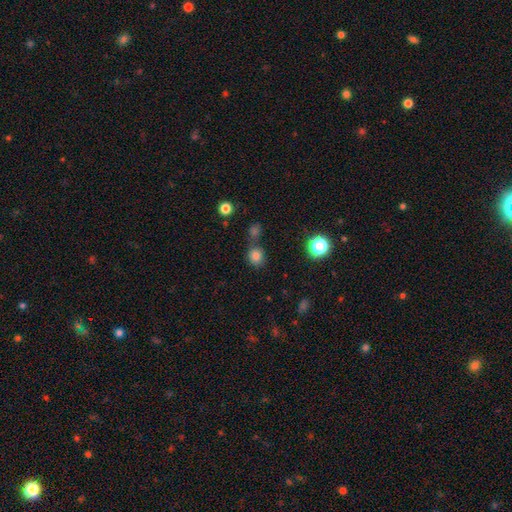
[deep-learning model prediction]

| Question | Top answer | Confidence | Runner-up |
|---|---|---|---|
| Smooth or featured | smooth | 78% | star or artifact (16%) |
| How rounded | round | 78% | in between (20%) |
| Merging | none | 66% | merger (19%) |